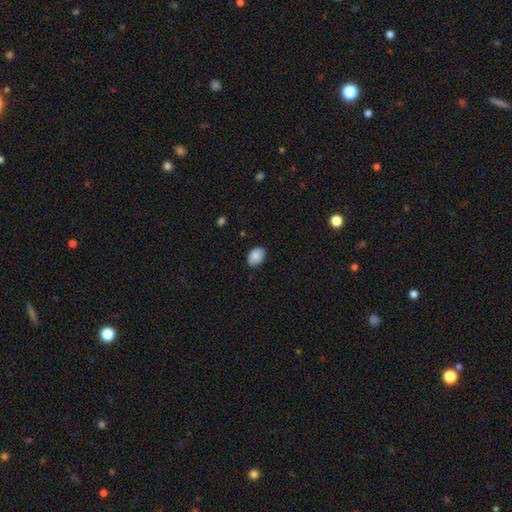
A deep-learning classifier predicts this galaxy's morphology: The model was most divided on "merging": none: 79%, minor disturbance: 17%, major disturbance: 3%, merger: 1%. More confident: smooth or featured — smooth (87%); how rounded — in between (82%).